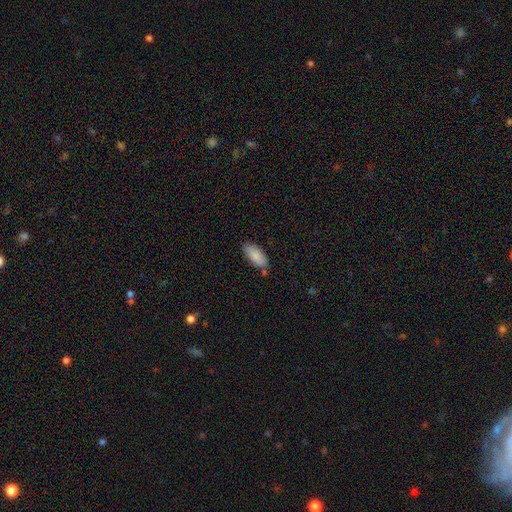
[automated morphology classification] Smooth or featured?
  - smooth: 87% *
  - featured or disk: 7%
  - star or artifact: 6%
How rounded?
  - in between: 88% *
  - cigar-shaped: 10%
  - round: 2%
Merging?
  - none: 78% *
  - minor disturbance: 15%
  - merger: 4%
  - major disturbance: 3%